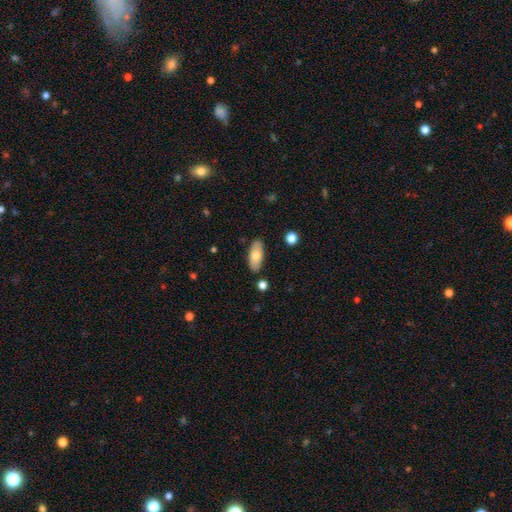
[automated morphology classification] A smooth galaxy with no disk features (75%) that is in between round and cigar-shaped (87%). Merging: none (84%).